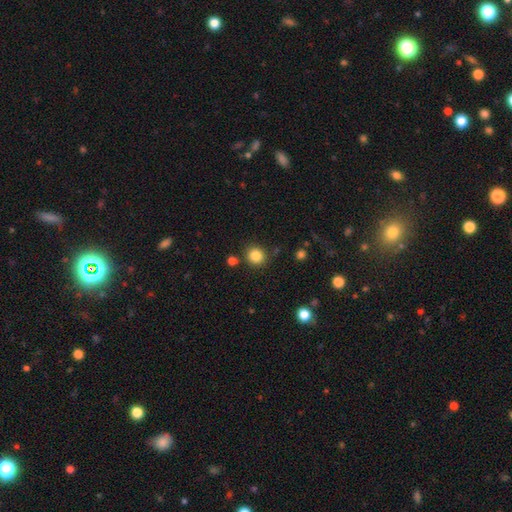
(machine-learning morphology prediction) smooth-or-featured: smooth: 84% | star or artifact: 11% | featured or disk: 5%
  how-rounded: round: 90% | in between: 9% | cigar-shaped: 1%
  merging: none: 84% | minor disturbance: 8% | merger: 5% | major disturbance: 3%